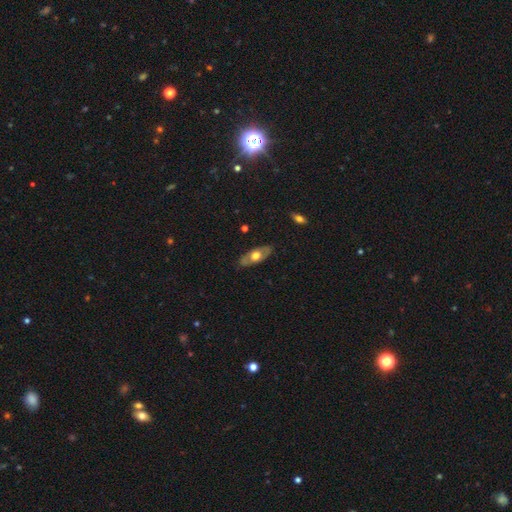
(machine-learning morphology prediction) smooth-or-featured: featured or disk: 49% | smooth: 45% | star or artifact: 5%
  merging: none: 82% | minor disturbance: 14% | major disturbance: 3% | merger: 1%